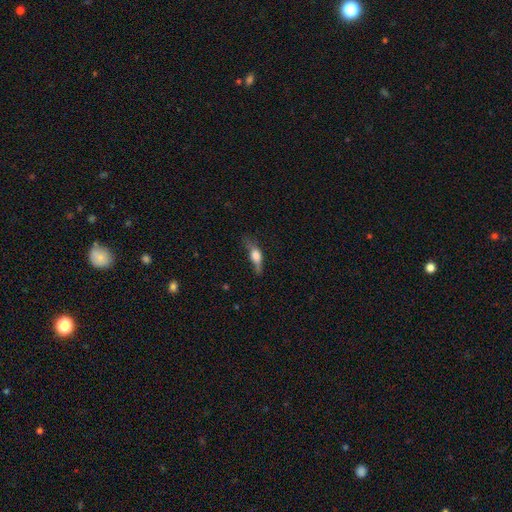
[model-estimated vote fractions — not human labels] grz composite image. It shows a smooth galaxy with no disk features (59%) that is in between round and cigar-shaped (55%). Merging: none (38%).